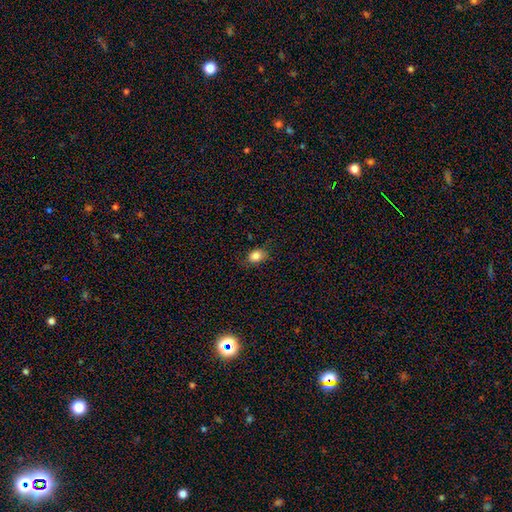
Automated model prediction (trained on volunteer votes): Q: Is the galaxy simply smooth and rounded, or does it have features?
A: smooth — 84%.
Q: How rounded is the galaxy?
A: in between — 68%.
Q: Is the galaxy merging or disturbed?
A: none — 77%.